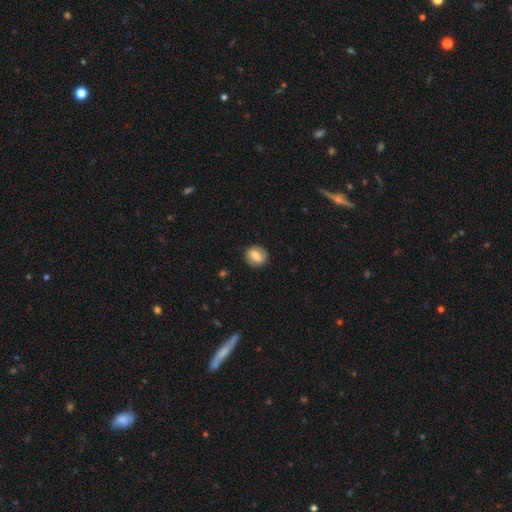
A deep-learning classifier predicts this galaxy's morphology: This appears to be a smooth galaxy with no disk features (64%) that is round (75%). Merging: none (88%).